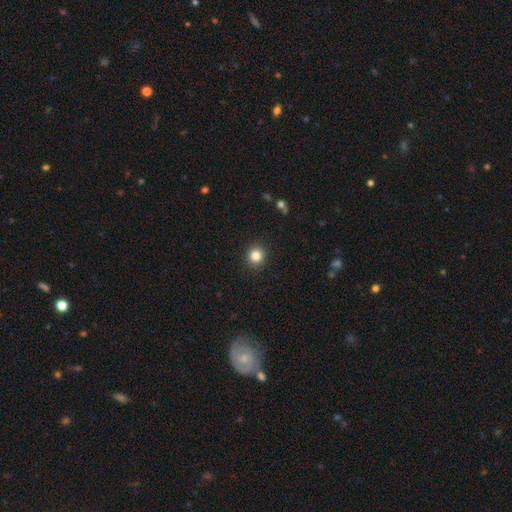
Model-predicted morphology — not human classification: smooth_or_featured: smooth (p=0.82) [alt: star or artifact p=0.12]
how_rounded: round (p=0.91) [alt: in between p=0.08]
merging: none (p=0.92) [alt: minor disturbance p=0.05]